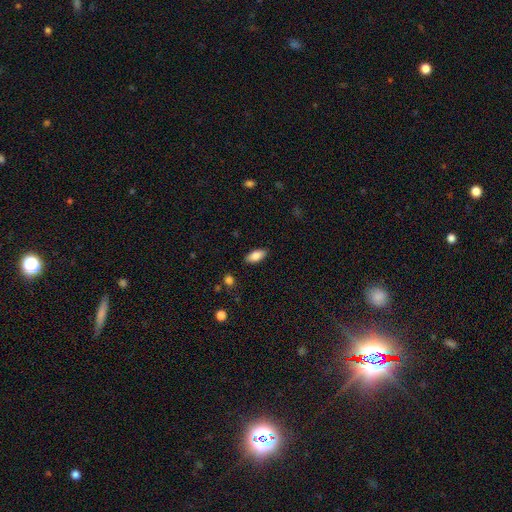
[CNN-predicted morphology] Overall: smooth (84%). How rounded: in between (89%). Merging: none (87%).